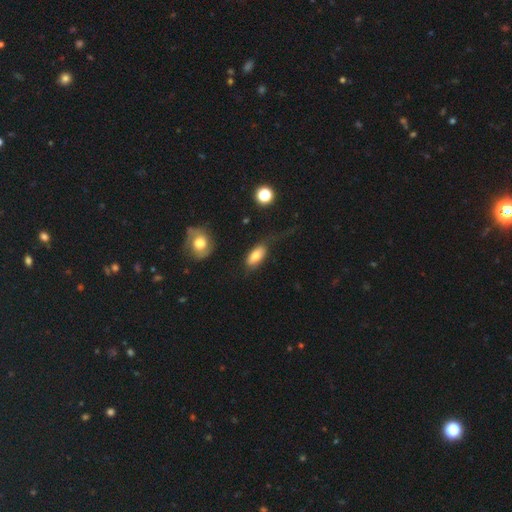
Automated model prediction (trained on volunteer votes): The model was most divided on "merging": none: 59%, minor disturbance: 21%, major disturbance: 15%, merger: 5%. More confident: how rounded — in between (89%); smooth or featured — smooth (76%).